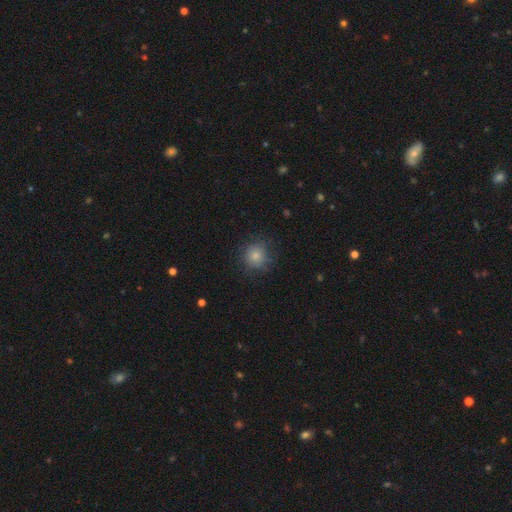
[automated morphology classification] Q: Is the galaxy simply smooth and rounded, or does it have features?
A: smooth — 81%.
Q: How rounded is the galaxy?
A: round — 91%.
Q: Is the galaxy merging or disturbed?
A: none — 78%.